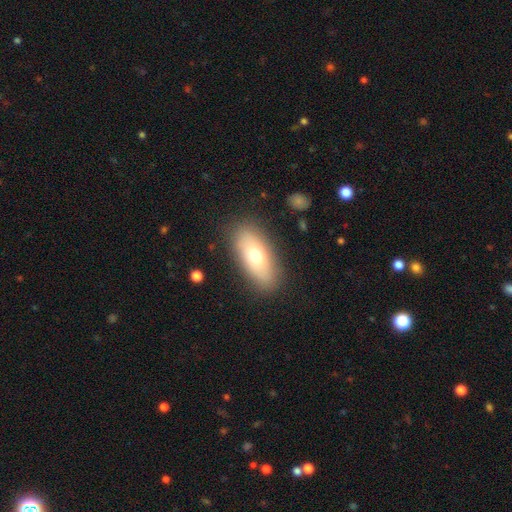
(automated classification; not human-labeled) Q: Smooth or featured?
A: smooth (69%); runner-up: featured or disk (24%)
Q: How rounded?
A: in between (84%); runner-up: cigar-shaped (13%)
Q: Merging?
A: none (86%); runner-up: minor disturbance (10%)